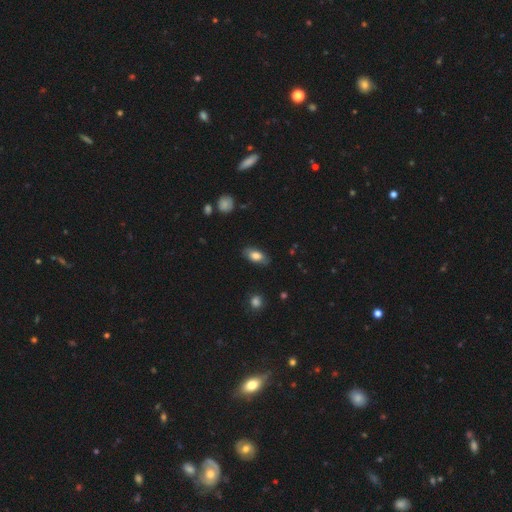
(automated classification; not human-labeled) Smooth or featured? smooth (79%)
How rounded? in between (89%)
Merging? none (80%)